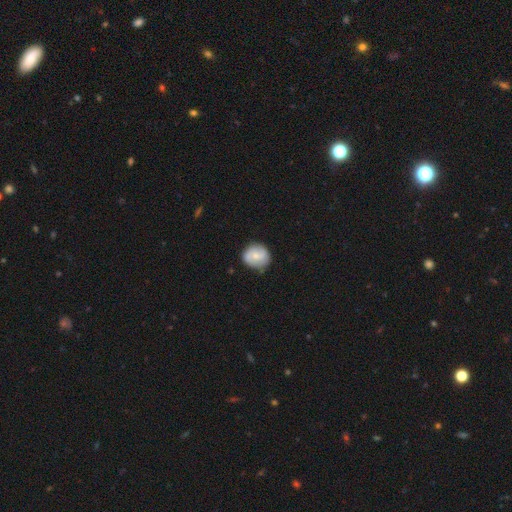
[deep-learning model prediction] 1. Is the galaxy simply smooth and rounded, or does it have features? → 52% smooth, 42% featured or disk, 7% star or artifact.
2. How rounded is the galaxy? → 83% round, 16% in between, 1% cigar-shaped.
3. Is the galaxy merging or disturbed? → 79% none, 16% minor disturbance, 3% major disturbance, 1% merger.